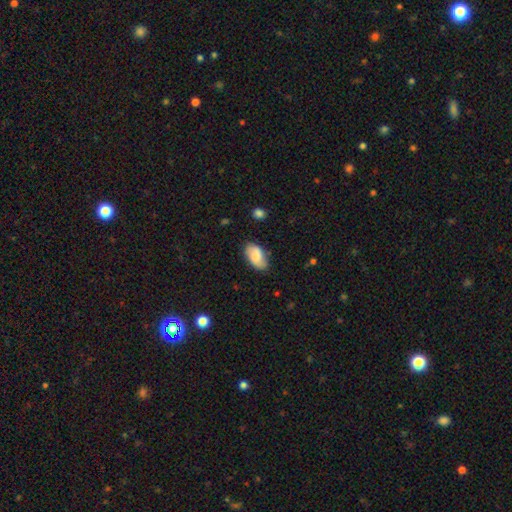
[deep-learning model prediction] Q: Smooth or featured?
A: smooth (67%); runner-up: featured or disk (25%)
Q: How rounded?
A: in between (93%); runner-up: round (5%)
Q: Merging?
A: none (75%); runner-up: minor disturbance (20%)